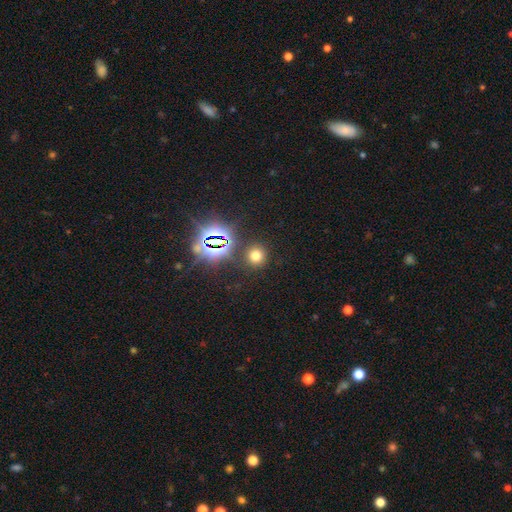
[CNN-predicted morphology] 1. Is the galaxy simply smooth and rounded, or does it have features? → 64% smooth, 28% star or artifact, 8% featured or disk.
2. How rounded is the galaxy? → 89% round, 10% in between, 1% cigar-shaped.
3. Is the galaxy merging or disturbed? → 87% none, 7% minor disturbance, 4% merger, 3% major disturbance.